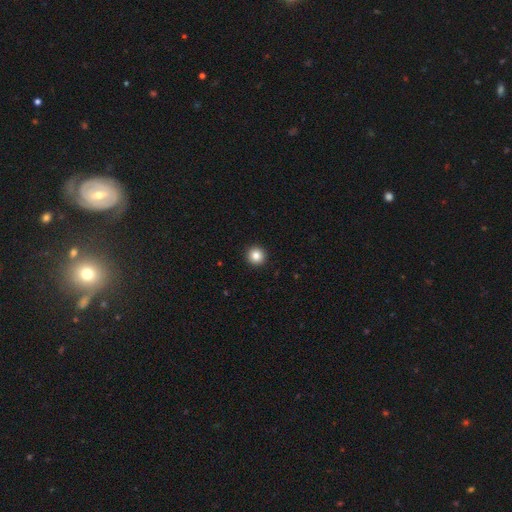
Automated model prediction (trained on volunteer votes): Morphology: type=smooth (85%); roundness=round (96%); merging=none (94%).